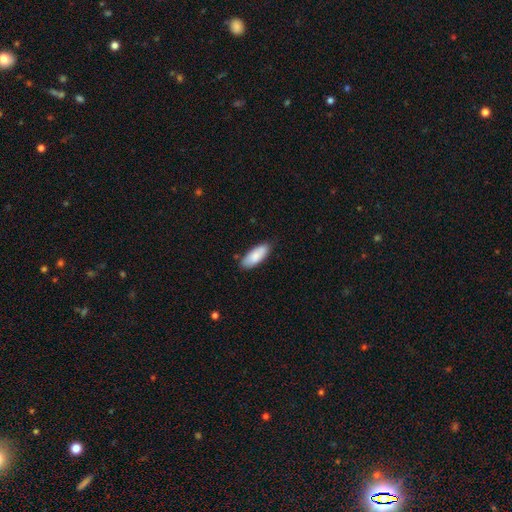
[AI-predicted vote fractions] Morphology: type=smooth (86%); roundness=in between (76%); merging=none (81%).